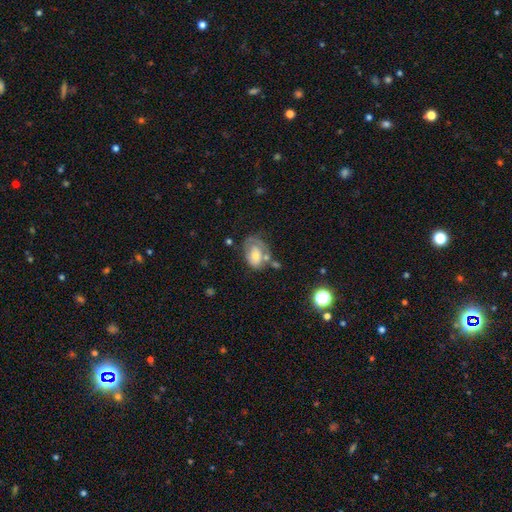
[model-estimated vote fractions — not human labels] The model was most divided on "smooth or featured": smooth: 48%, featured or disk: 44%, star or artifact: 8%. Remaining: merging — none (38%).